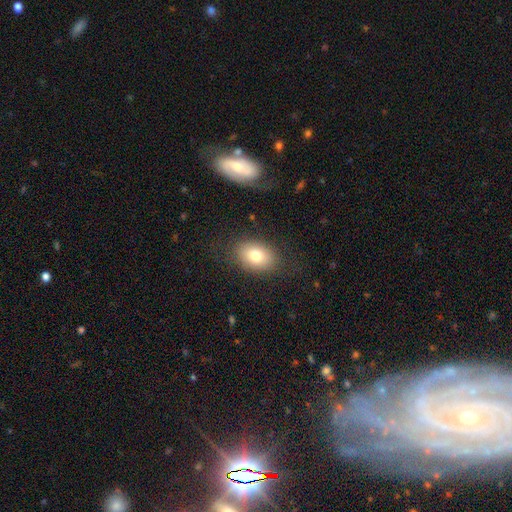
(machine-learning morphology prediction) type=smooth (79%); roundness=in between (79%); merging=none (81%).